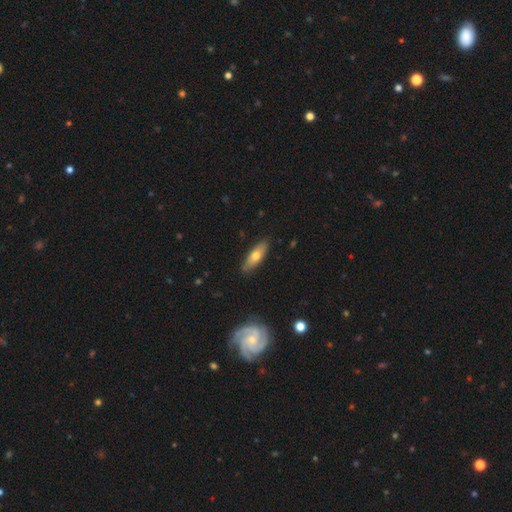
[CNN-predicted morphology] This is likely a smooth galaxy (63%). How rounded: possibly in between (52%). Merging: clearly none (87%).